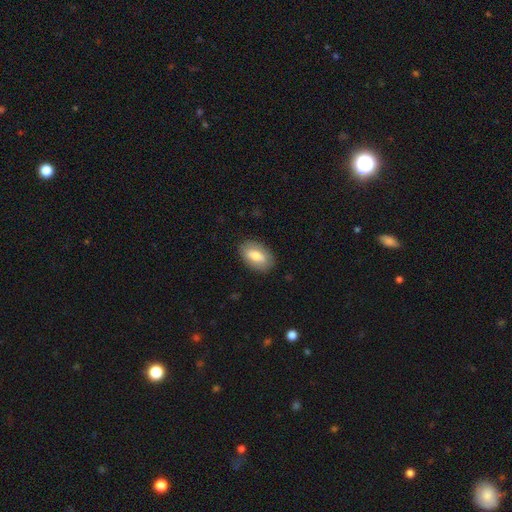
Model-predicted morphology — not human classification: Smooth or featured: smooth — 69% (featured or disk — 24%)
How rounded: in between — 93% (round — 5%)
Merging: none — 86% (minor disturbance — 10%)